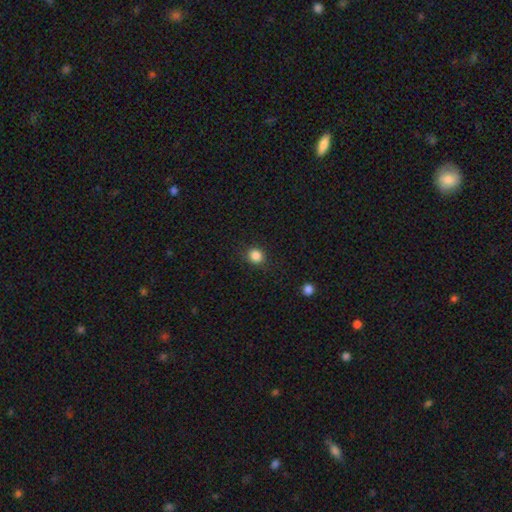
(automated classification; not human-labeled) smooth 85%, star or artifact 11%, featured or disk 4%. Down the decision tree: how rounded — round (80%); merging — none (86%).